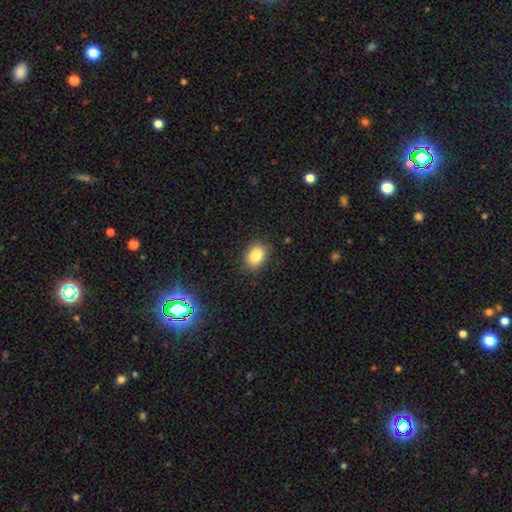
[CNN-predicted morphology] A smooth galaxy with no disk features (85%) that is in between round and cigar-shaped (71%).

Vote fractions:
- Smooth or featured? smooth: 85% / star or artifact: 9% / featured or disk: 6%
- How rounded? in between: 71% / round: 28% / cigar-shaped: 1%
- Merging? none: 84% / minor disturbance: 12% / major disturbance: 3% / merger: 1%